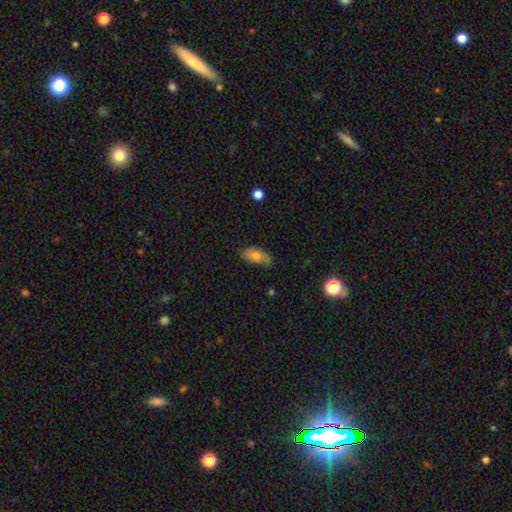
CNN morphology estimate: A smooth galaxy with no disk features (65%) that is in between round and cigar-shaped (89%). Merging: none (55%).